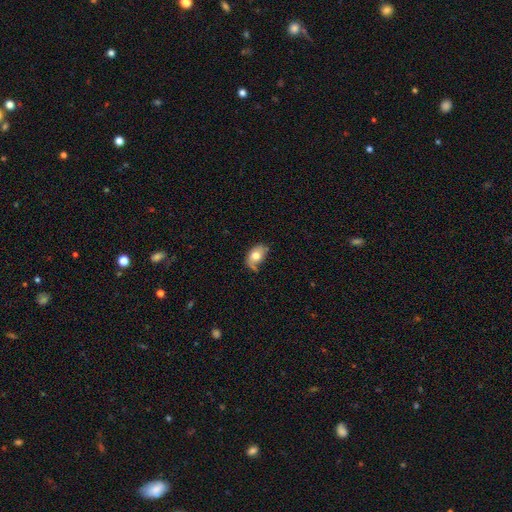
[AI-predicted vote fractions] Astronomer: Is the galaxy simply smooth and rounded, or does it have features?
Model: smooth — 66%.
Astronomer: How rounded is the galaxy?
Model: in between — 85%.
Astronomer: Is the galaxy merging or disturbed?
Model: none — 42% (runner-up: minor disturbance, 35%).